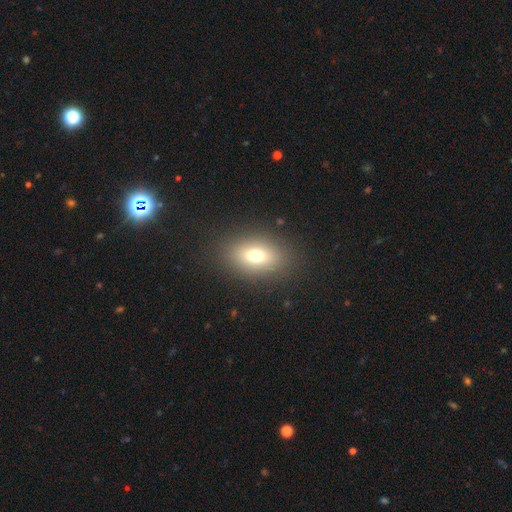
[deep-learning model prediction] Smooth or featured? smooth (71%)
How rounded? in between (77%)
Merging? none (86%)